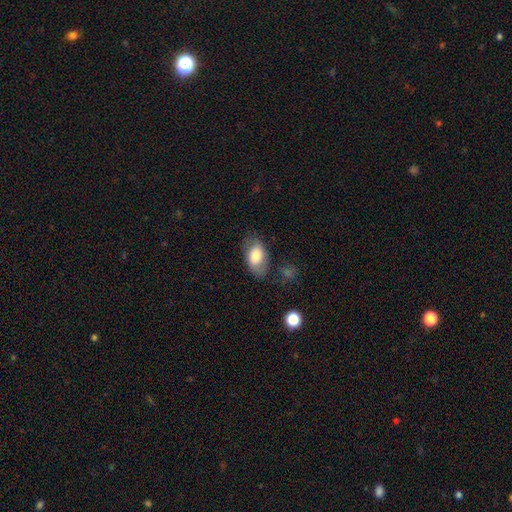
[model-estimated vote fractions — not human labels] A smooth galaxy with no disk features (75%) that is in between round and cigar-shaped (93%).

Vote fractions:
- Smooth or featured? smooth: 75% / featured or disk: 19% / star or artifact: 7%
- How rounded? in between: 93% / round: 5% / cigar-shaped: 2%
- Merging? none: 66% / minor disturbance: 23% / major disturbance: 8% / merger: 3%